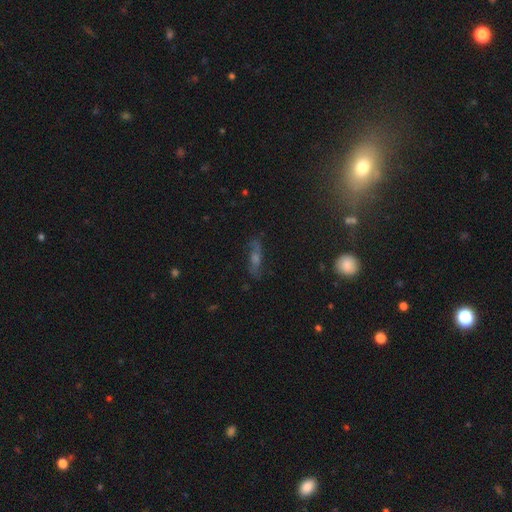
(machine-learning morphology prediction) The model was most divided on "edge-on disk": no: 63%, yes: 37%. More confident: merging — none (74%); smooth or featured — featured or disk (57%).